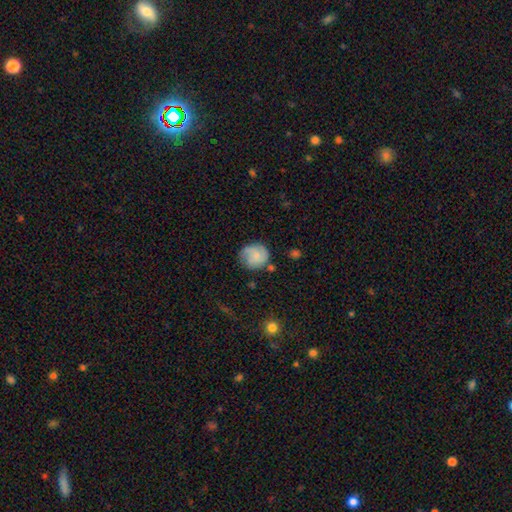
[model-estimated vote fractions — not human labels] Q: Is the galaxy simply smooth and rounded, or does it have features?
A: smooth — 58%.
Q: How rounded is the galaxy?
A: round — 81%.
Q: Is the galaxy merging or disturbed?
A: none — 63%.